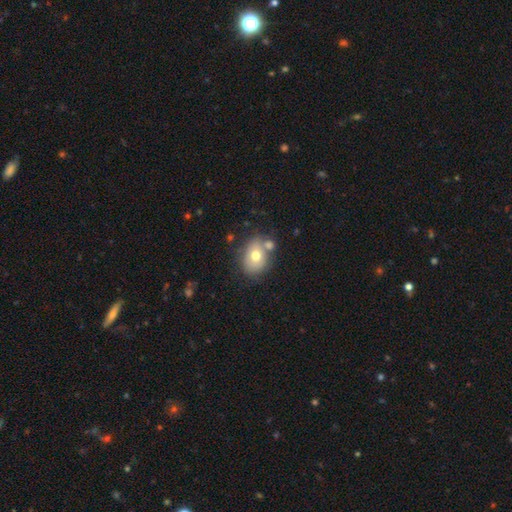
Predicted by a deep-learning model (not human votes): Smooth or featured? smooth (68%)
How rounded? in between (59%)
Merging? none (57%)